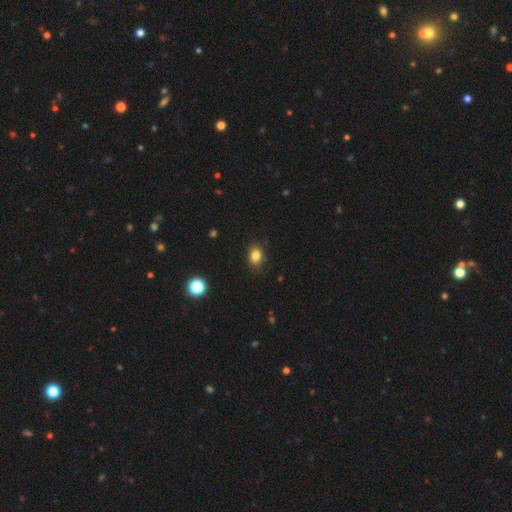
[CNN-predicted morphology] A smooth galaxy with no disk features (83%) that is in between round and cigar-shaped (67%).

Vote fractions:
- Smooth or featured? smooth: 83% / star or artifact: 11% / featured or disk: 6%
- How rounded? in between: 67% / round: 32% / cigar-shaped: 1%
- Merging? none: 84% / minor disturbance: 12% / major disturbance: 3% / merger: 1%